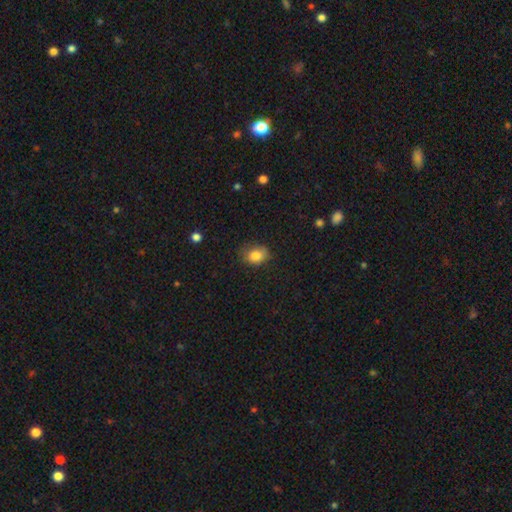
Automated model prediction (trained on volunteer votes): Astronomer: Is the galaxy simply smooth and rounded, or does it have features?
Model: smooth — 83%.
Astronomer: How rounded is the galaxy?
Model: in between — 54% (runner-up: round, 45%).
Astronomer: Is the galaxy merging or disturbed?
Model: none — 72%.